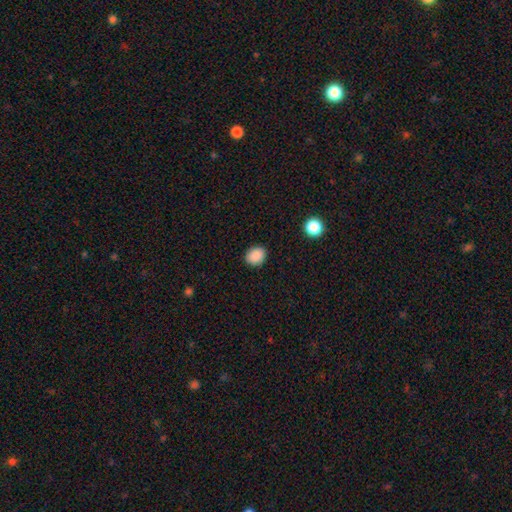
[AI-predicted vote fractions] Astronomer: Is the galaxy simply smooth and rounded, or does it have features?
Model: smooth — 88%.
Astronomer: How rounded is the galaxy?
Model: round — 58% (runner-up: in between, 41%).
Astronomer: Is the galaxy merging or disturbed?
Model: none — 89%.